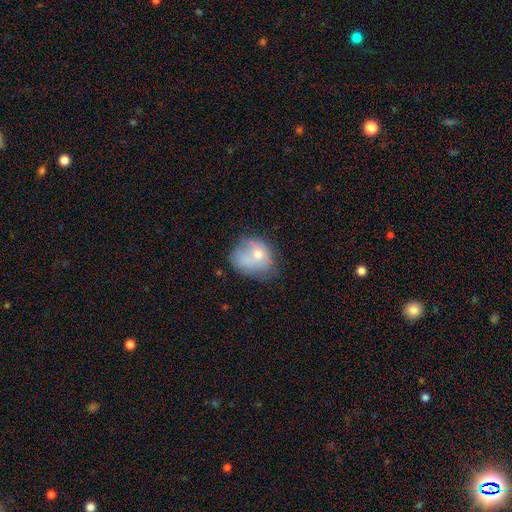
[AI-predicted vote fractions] Smooth or featured? Predicted: smooth (p=0.61). How rounded? Predicted: round (p=0.57). Merging? Predicted: none (p=0.43).